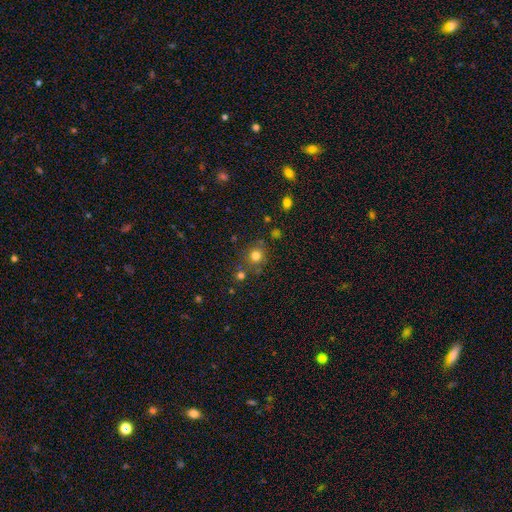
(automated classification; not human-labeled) Overall: smooth (77%). How rounded: round (86%). Merging: none (75%).